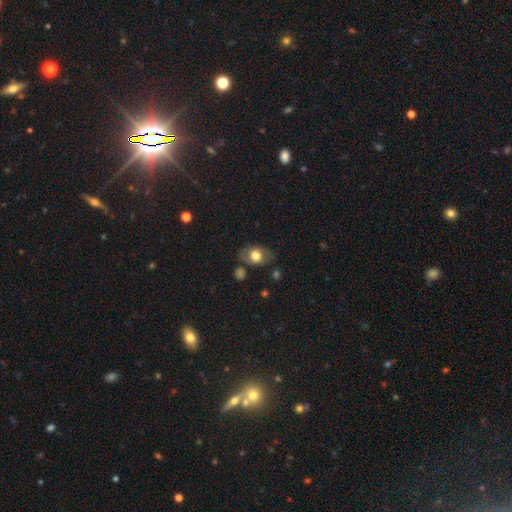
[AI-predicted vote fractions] This appears to be a smooth galaxy with no disk features (66%) that is in between round and cigar-shaped (75%). Merging: none (73%).